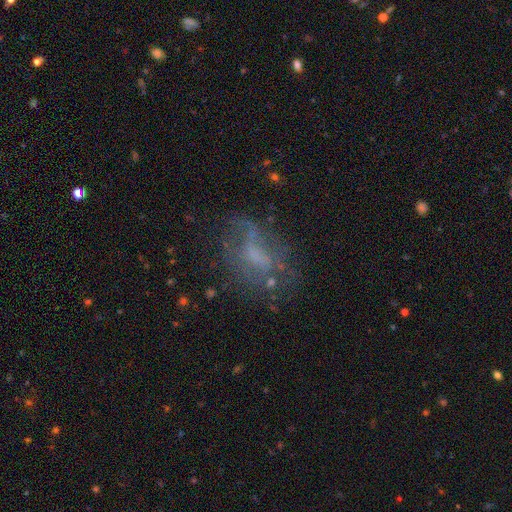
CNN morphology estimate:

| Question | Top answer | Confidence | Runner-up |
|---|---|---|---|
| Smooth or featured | featured or disk | 52% | smooth (32%) |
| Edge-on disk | no | 95% | yes (5%) |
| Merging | none | 47% | major disturbance (27%) |